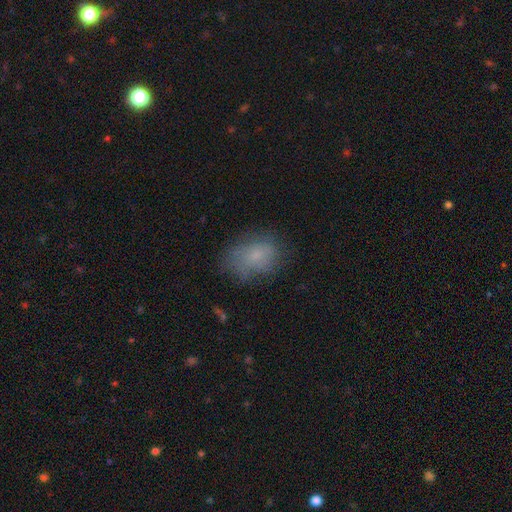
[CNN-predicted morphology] A smooth galaxy with no disk features (69%) that is in between round and cigar-shaped (72%). Merging: none (61%).